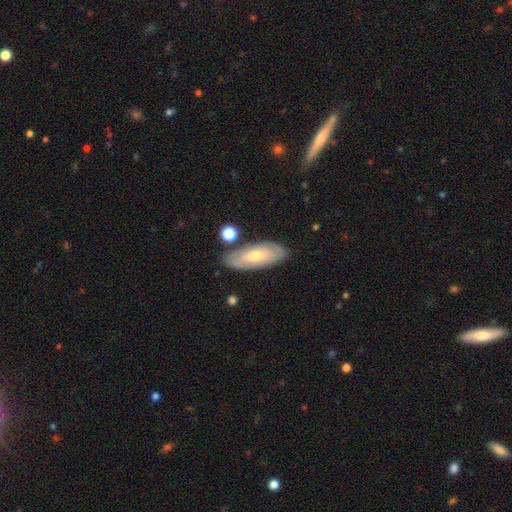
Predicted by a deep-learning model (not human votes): A smooth galaxy with no disk features (52%) that is in between round and cigar-shaped (74%).

Vote fractions:
- Smooth or featured? smooth: 52% / featured or disk: 41% / star or artifact: 7%
- How rounded? in between: 74% / cigar-shaped: 24% / round: 2%
- Merging? none: 79% / minor disturbance: 14% / merger: 4% / major disturbance: 3%